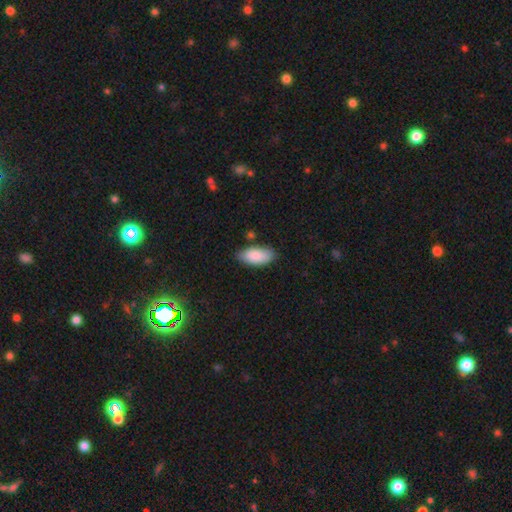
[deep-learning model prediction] Smooth or featured? smooth (87%)
How rounded? in between (91%)
Merging? none (78%)